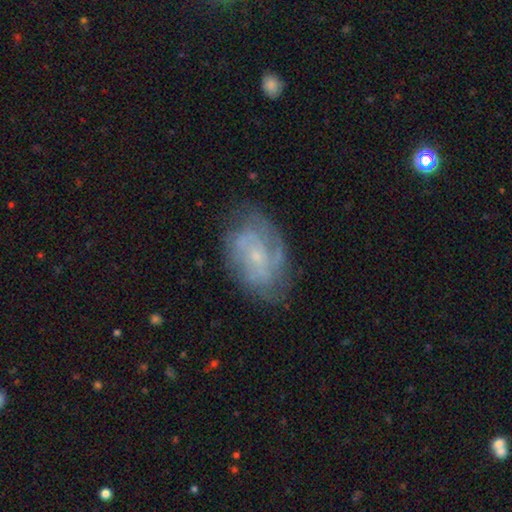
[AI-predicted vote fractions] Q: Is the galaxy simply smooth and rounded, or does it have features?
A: featured or disk — 74%.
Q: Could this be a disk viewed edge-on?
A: no — 97%.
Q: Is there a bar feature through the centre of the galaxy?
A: no — 64%.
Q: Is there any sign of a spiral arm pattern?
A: yes — 85%.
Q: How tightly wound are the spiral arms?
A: tight — 48%.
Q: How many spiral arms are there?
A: can't tell — 41%.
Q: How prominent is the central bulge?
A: small — 75%.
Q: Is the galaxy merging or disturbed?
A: none — 69%.